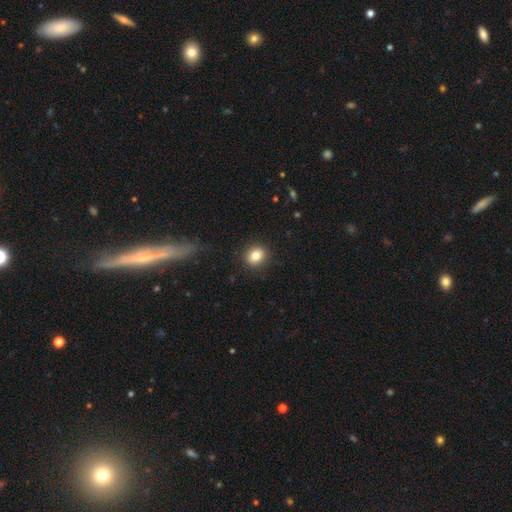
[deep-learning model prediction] Smooth or featured? Predicted: smooth (p=0.82). How rounded? Predicted: round (p=0.70). Merging? Predicted: none (p=0.89).